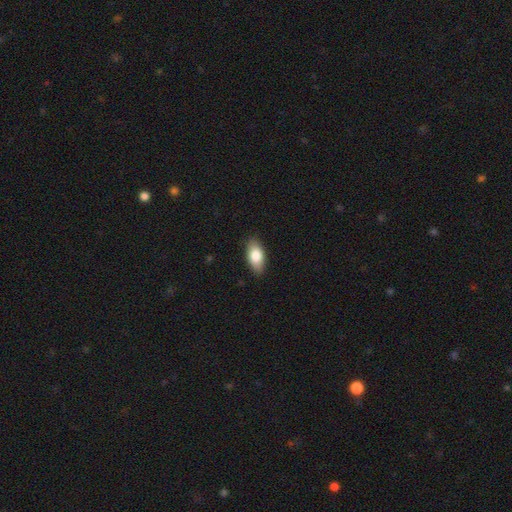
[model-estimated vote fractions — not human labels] Smooth or featured?
  - smooth: 81% *
  - featured or disk: 13%
  - star or artifact: 6%
How rounded?
  - in between: 90% *
  - cigar-shaped: 7%
  - round: 3%
Merging?
  - none: 87% *
  - minor disturbance: 10%
  - major disturbance: 2%
  - merger: 1%